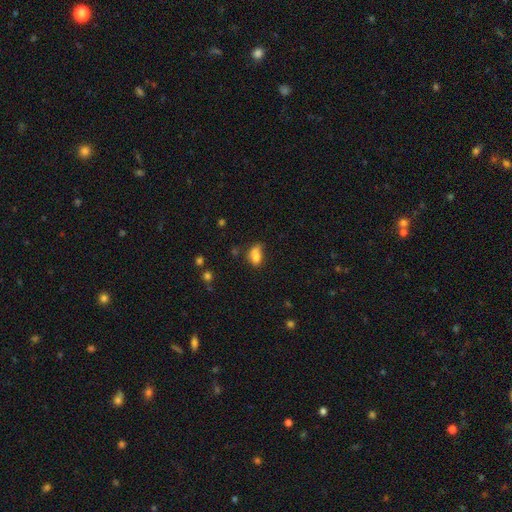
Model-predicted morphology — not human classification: Smooth or featured? Predicted: smooth (p=0.75). How rounded? Predicted: in between (p=0.79). Merging? Predicted: none (p=0.33).